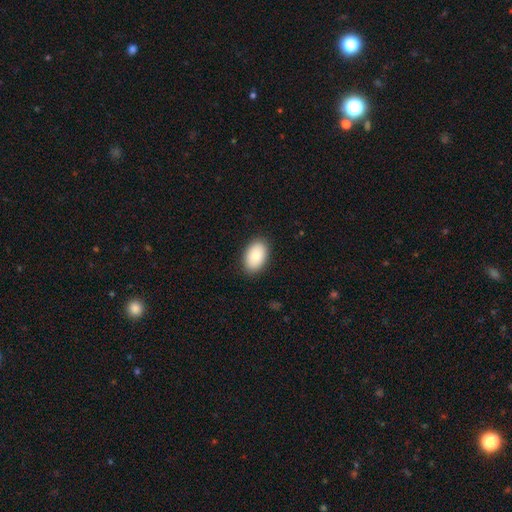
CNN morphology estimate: Smooth or featured?
  - smooth: 86% *
  - featured or disk: 7%
  - star or artifact: 6%
How rounded?
  - in between: 92% *
  - round: 7%
  - cigar-shaped: 1%
Merging?
  - none: 89% *
  - minor disturbance: 8%
  - major disturbance: 2%
  - merger: 1%